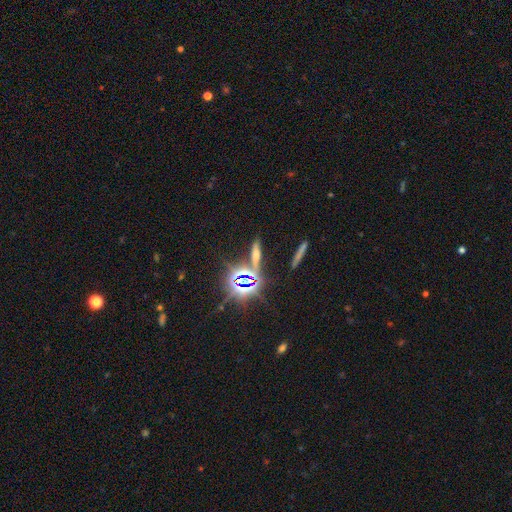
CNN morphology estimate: Smooth or featured?
  - star or artifact: 50% *
  - smooth: 26%
  - featured or disk: 24%